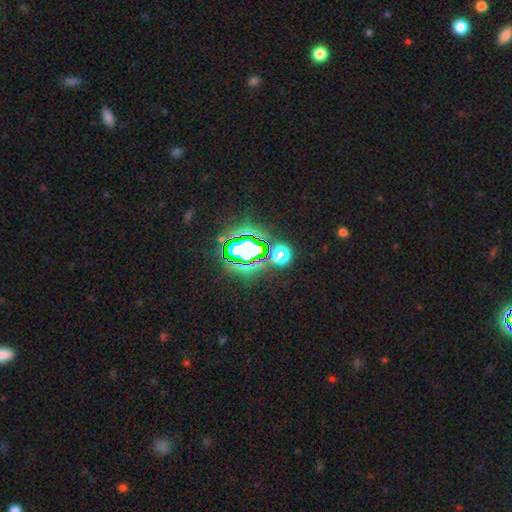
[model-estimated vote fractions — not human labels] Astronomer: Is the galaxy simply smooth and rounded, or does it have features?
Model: star or artifact — 77%.